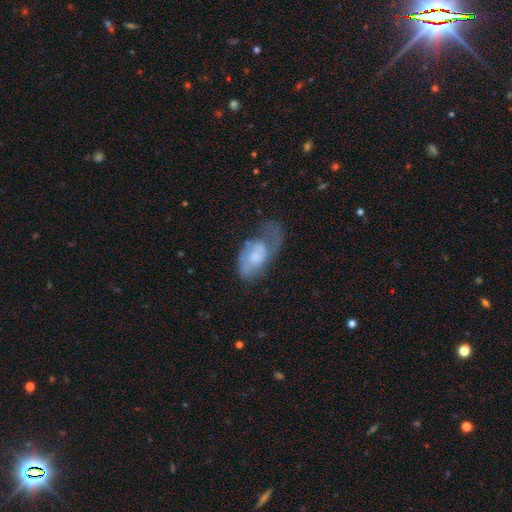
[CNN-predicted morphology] The model was most divided on "merging": major disturbance: 42%, none: 28%, minor disturbance: 26%, merger: 3%. Remaining: edge-on disk — no (94%); spiral arms — yes (72%); bar — no (69%); smooth or featured — featured or disk (54%); bulge size — moderate (37%).